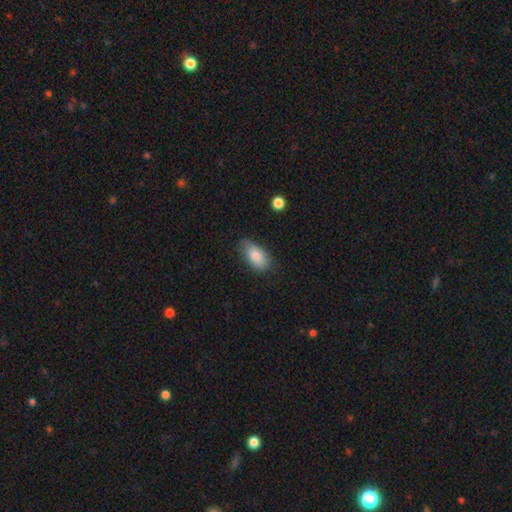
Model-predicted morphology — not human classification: smooth-or-featured: smooth: 84% | featured or disk: 9% | star or artifact: 7%
  how-rounded: in between: 92% | cigar-shaped: 5% | round: 4%
  merging: none: 71% | minor disturbance: 24% | major disturbance: 4% | merger: 1%